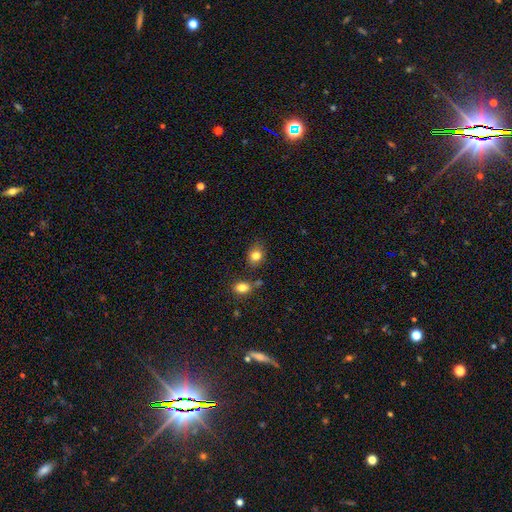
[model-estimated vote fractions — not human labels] This is clearly a smooth galaxy (82%). How rounded: possibly round (56%). Merging: likely none (72%).